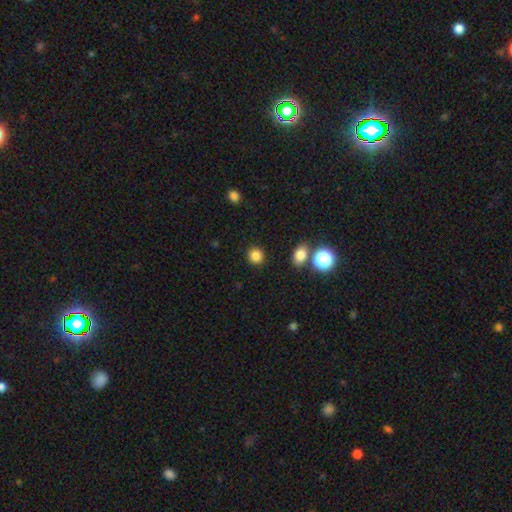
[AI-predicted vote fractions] Smooth or featured?
  - smooth: 84% *
  - star or artifact: 12%
  - featured or disk: 4%
How rounded?
  - round: 88% *
  - in between: 11%
  - cigar-shaped: 1%
Merging?
  - none: 90% *
  - minor disturbance: 6%
  - merger: 2%
  - major disturbance: 2%